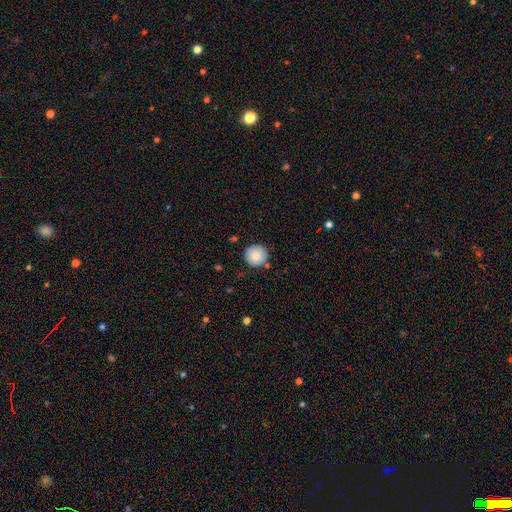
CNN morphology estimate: The model was most divided on "merging": none: 85%, minor disturbance: 9%, merger: 3%, major disturbance: 2%. More confident: how rounded — round (95%); smooth or featured — smooth (85%).